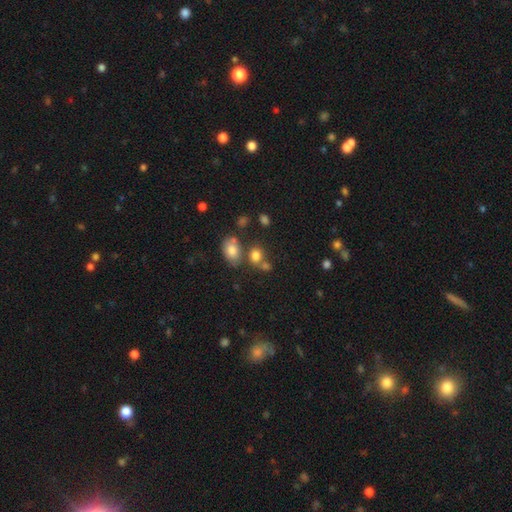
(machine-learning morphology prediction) smooth-or-featured: smooth: 78% | star or artifact: 13% | featured or disk: 9%
  how-rounded: in between: 52% | round: 47% | cigar-shaped: 1%
  merging: none: 53% | merger: 30% | minor disturbance: 12% | major disturbance: 5%